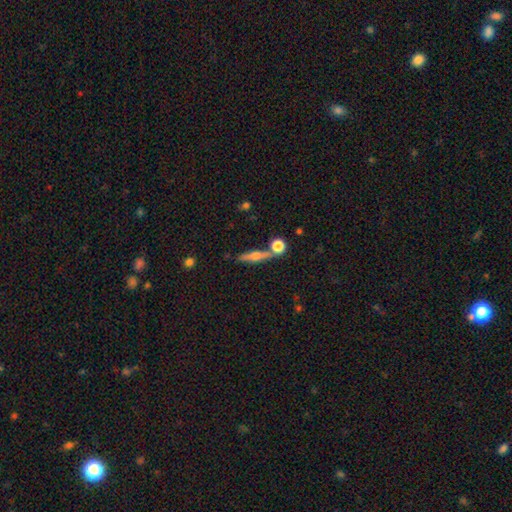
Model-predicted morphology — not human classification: A featured or disk galaxy (50%) viewed edge-on (93%).

Vote fractions:
- Smooth or featured? featured or disk: 50% / smooth: 41% / star or artifact: 9%
- Edge-on disk? yes: 93% / no: 7%
- Merging? none: 71% / merger: 15% / minor disturbance: 11% / major disturbance: 4%